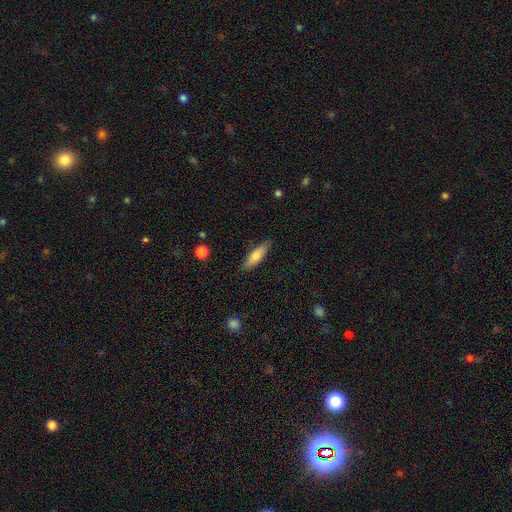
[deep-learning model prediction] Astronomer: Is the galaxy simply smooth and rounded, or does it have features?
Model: smooth — 72%.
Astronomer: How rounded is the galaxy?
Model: cigar-shaped — 64%.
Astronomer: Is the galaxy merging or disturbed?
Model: none — 86%.